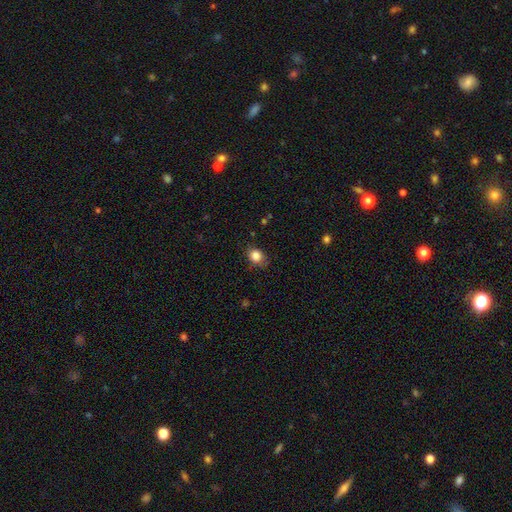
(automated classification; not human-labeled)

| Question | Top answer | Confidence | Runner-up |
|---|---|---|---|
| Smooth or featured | smooth | 85% | star or artifact (10%) |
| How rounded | round | 53% | in between (46%) |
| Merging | none | 76% | minor disturbance (18%) |